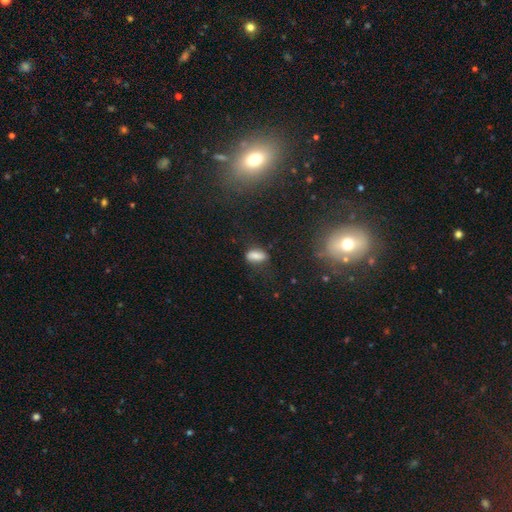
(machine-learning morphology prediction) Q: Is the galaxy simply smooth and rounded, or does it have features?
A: smooth — 75%.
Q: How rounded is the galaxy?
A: in between — 79%.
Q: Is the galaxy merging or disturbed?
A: none — 59%.